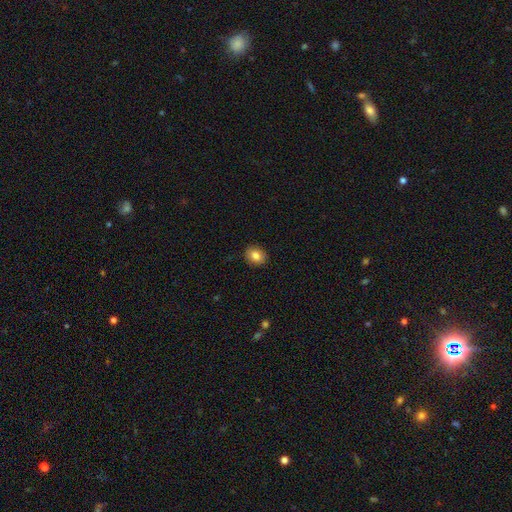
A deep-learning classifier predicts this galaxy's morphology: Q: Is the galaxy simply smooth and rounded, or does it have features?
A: smooth — 83%.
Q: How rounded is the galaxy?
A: round — 57%.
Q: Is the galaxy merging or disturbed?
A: none — 91%.